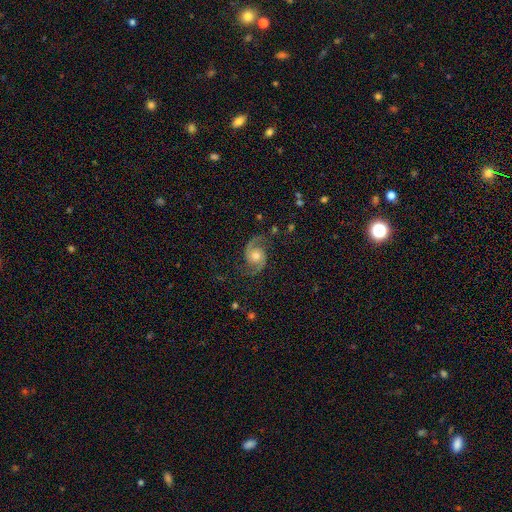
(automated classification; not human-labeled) smooth-or-featured: featured or disk: 89% | smooth: 6% | star or artifact: 5%
  disk-edge-on: no: 98% | yes: 2%
    bar: no: 71% | weak: 24% | strong: 5%
    has-spiral-arms: yes: 98% | no: 2%
      spiral-winding: medium: 51% | loose: 34% | tight: 15%
      spiral-arm-count: 2: 94% | can't tell: 2% | 1: 1% | 3: 1% | 4: 1% | more than 4: 1%
    bulge-size: moderate: 66% | large: 15% | small: 15% | none: 2% | dominant: 2%
  merging: none: 79% | minor disturbance: 14% | major disturbance: 6% | merger: 1%